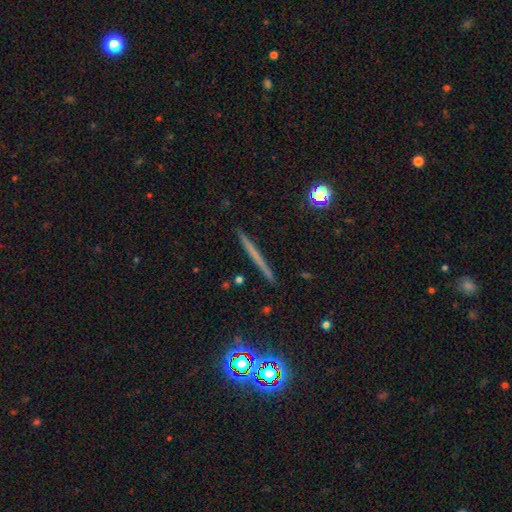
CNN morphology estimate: Smooth or featured: featured or disk — 45% (smooth — 40%)
Merging: none — 91% (minor disturbance — 6%)